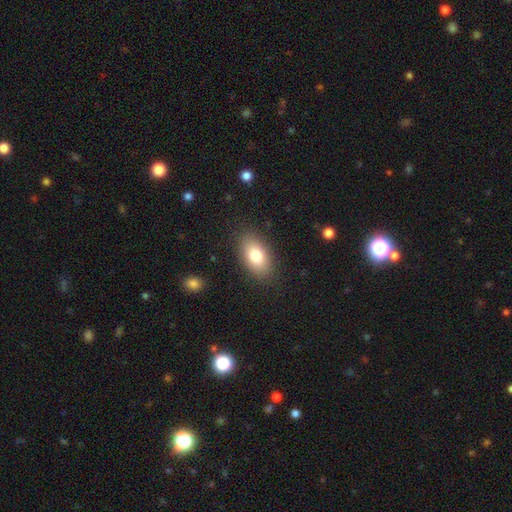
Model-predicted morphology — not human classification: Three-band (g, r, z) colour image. It shows a smooth galaxy with no disk features (78%) that is in between round and cigar-shaped (91%). Merging: none (86%).